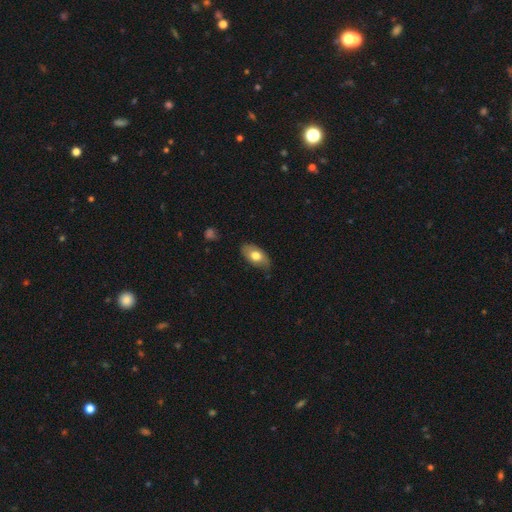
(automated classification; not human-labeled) Smooth or featured: smooth — 69% (featured or disk — 25%)
How rounded: in between — 92% (round — 5%)
Merging: none — 73% (minor disturbance — 22%)